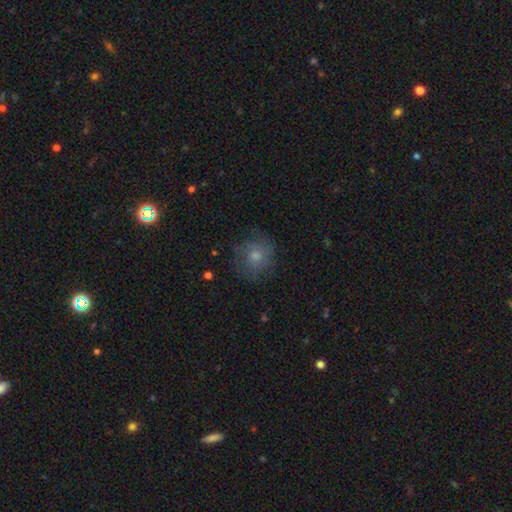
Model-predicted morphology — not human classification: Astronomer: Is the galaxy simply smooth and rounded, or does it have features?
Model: smooth — 57%.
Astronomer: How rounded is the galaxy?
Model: round — 86%.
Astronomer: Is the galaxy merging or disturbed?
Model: none — 77%.